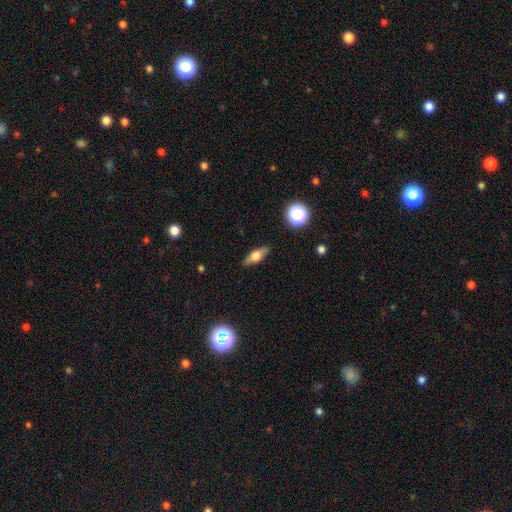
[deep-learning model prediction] smooth 53%, featured or disk 38%, star or artifact 9%. Down the decision tree: how rounded — in between (60%); merging — none (86%).